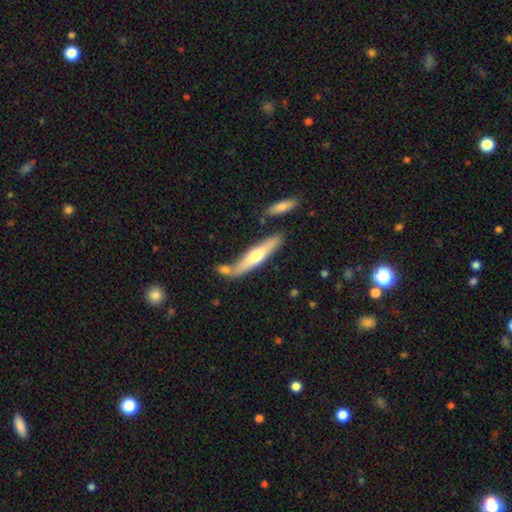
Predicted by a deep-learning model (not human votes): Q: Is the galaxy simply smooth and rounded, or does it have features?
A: smooth — 50%.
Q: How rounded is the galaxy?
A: cigar-shaped — 81%.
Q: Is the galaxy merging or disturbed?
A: none — 64%.